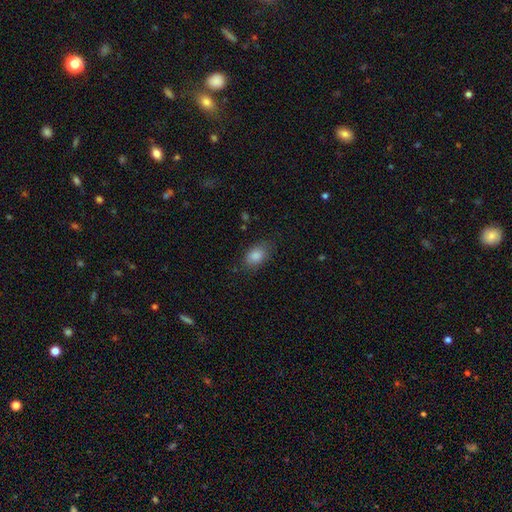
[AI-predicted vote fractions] This appears to be a smooth galaxy with no disk features (86%) that is in between round and cigar-shaped (86%). Merging: none (76%).